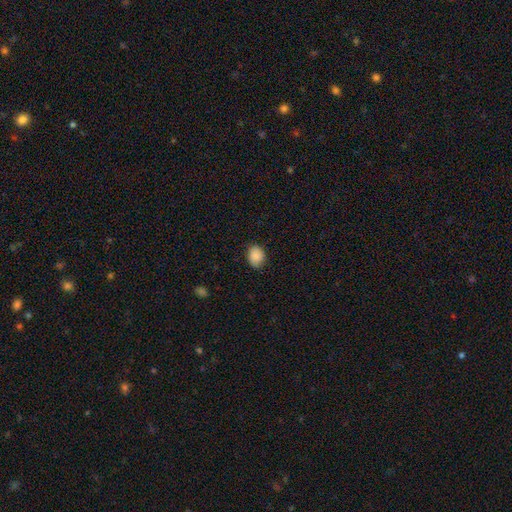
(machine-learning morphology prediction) This is clearly a smooth galaxy (87%). How rounded: possibly in between (54%). Merging: likely none (78%).